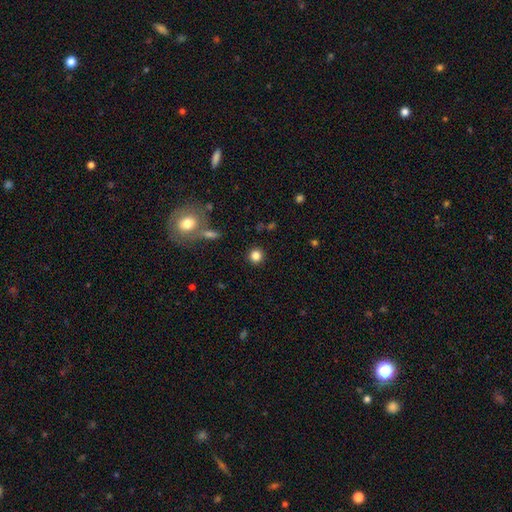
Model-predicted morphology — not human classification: This appears to be a smooth galaxy with no disk features (84%) that is round (92%). Merging: none (90%).